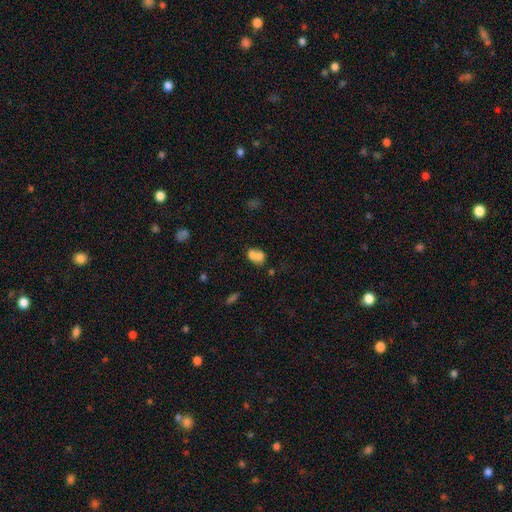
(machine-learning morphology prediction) This appears to be a smooth galaxy with no disk features (69%) that is round (54%). Merging: merger (67%).